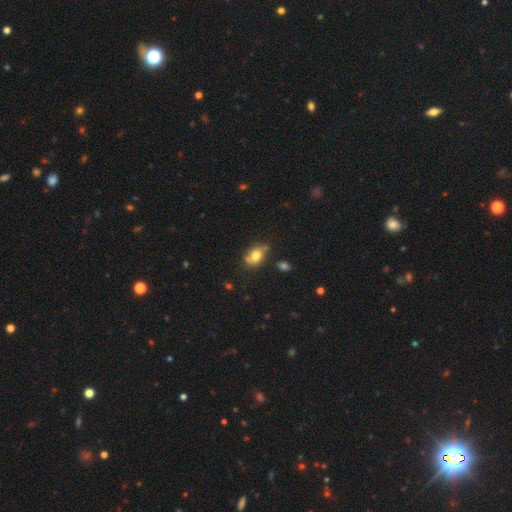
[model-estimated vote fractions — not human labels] Smooth or featured?
  - smooth: 69% *
  - featured or disk: 22%
  - star or artifact: 10%
How rounded?
  - in between: 74% *
  - round: 24%
  - cigar-shaped: 2%
Merging?
  - none: 57% *
  - minor disturbance: 27%
  - merger: 8%
  - major disturbance: 7%